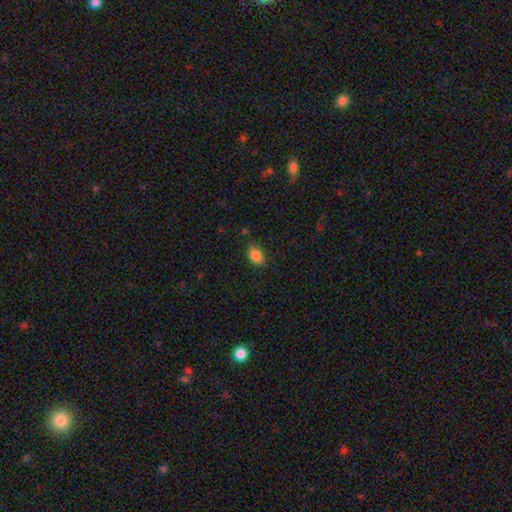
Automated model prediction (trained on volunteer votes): The model was most divided on "how rounded": in between: 78%, round: 21%, cigar-shaped: 1%. More confident: smooth or featured — smooth (87%); merging — none (83%).